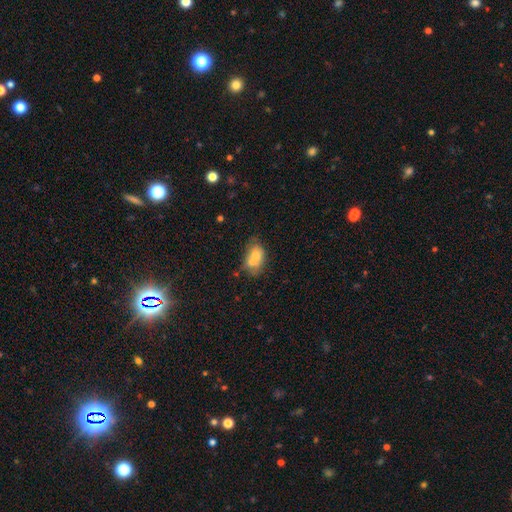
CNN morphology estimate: This appears to be a smooth galaxy with no disk features (65%) that is in between round and cigar-shaped (76%). Merging: merger (50%).